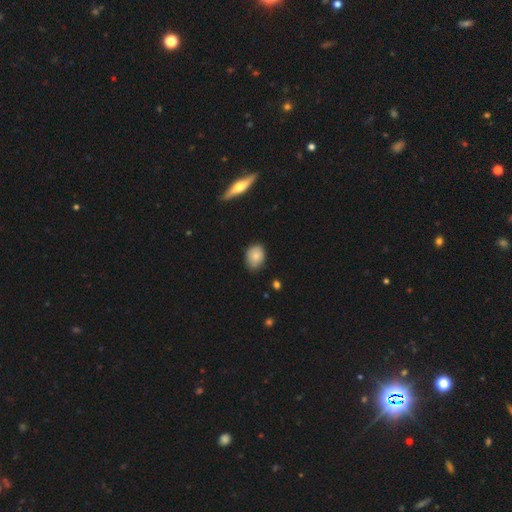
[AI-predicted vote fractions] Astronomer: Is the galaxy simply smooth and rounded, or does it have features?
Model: smooth — 78%.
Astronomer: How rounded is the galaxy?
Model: in between — 56% (runner-up: round, 43%).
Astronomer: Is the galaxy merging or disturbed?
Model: none — 72%.